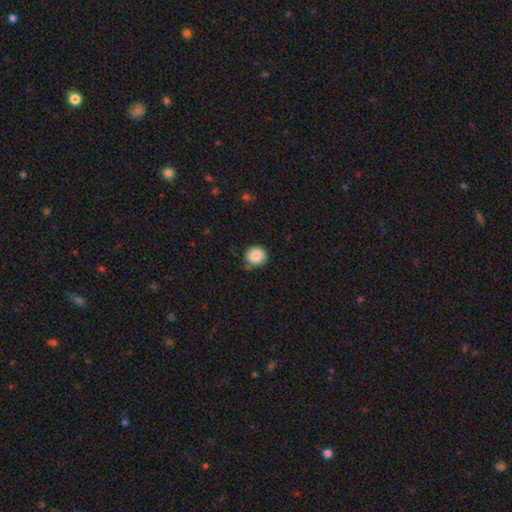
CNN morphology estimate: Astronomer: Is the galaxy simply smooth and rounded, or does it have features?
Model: smooth — 87%.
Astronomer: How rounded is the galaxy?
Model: round — 86%.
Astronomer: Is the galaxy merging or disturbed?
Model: none — 80%.